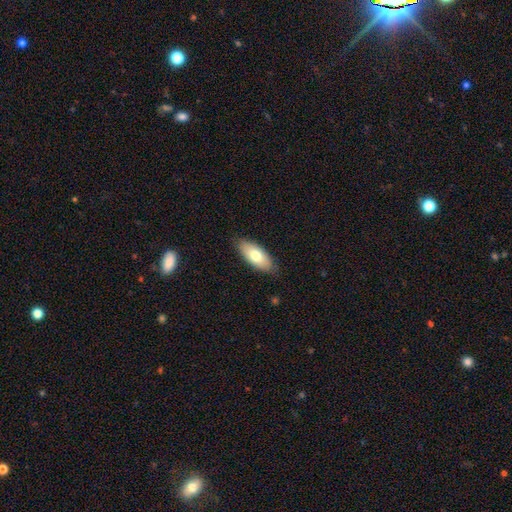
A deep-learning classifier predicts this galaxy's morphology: smooth 73%, featured or disk 20%, star or artifact 6%. Down the decision tree: how rounded — in between (87%); merging — none (84%).